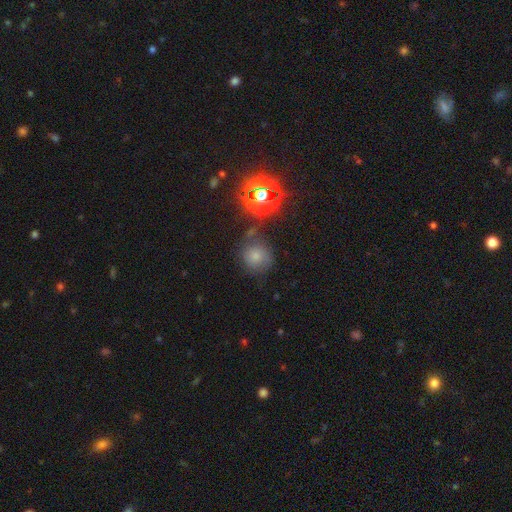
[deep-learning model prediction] Overall: smooth (64%; star or artifact 25%). How rounded: round (86%). Merging: none (66%).